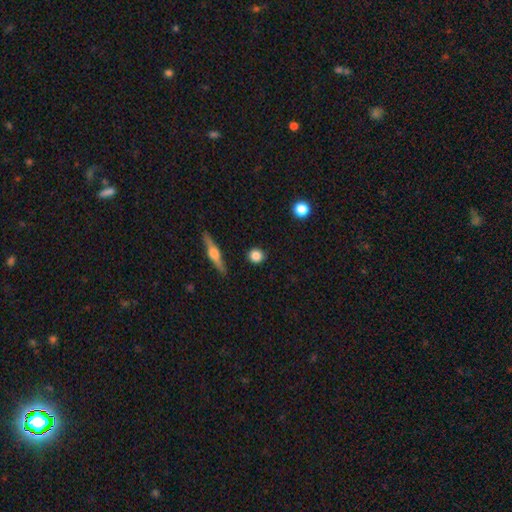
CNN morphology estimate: Smooth or featured? smooth (82%)
How rounded? round (88%)
Merging? none (89%)